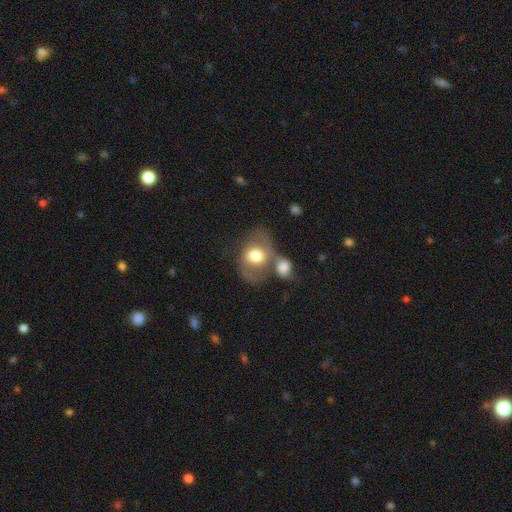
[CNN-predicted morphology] smooth-or-featured: smooth: 61% | featured or disk: 32% | star or artifact: 7%
  how-rounded: in between: 61% | round: 37% | cigar-shaped: 1%
  merging: merger: 48% | none: 27% | minor disturbance: 13% | major disturbance: 12%